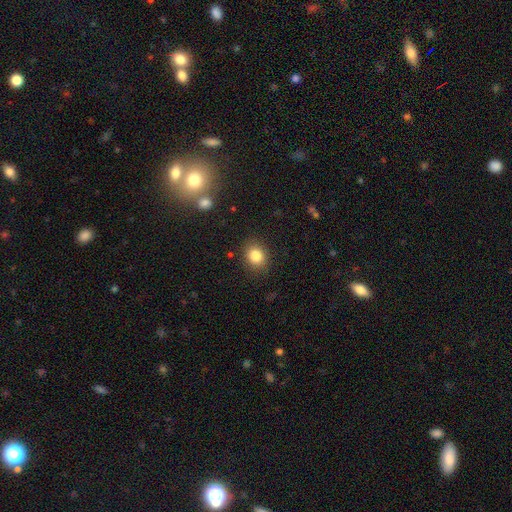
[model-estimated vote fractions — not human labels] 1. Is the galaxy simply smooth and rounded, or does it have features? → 84% smooth, 10% star or artifact, 6% featured or disk.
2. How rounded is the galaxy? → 61% round, 38% in between, 1% cigar-shaped.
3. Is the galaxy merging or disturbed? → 87% none, 9% minor disturbance, 3% major disturbance, 1% merger.